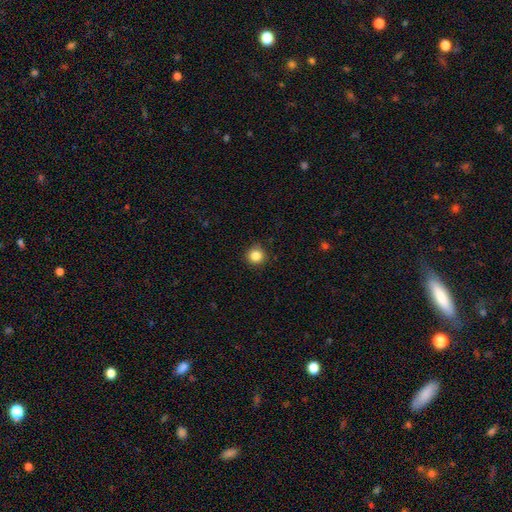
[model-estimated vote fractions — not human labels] Overall: smooth (85%). How rounded: round (94%). Merging: none (90%).